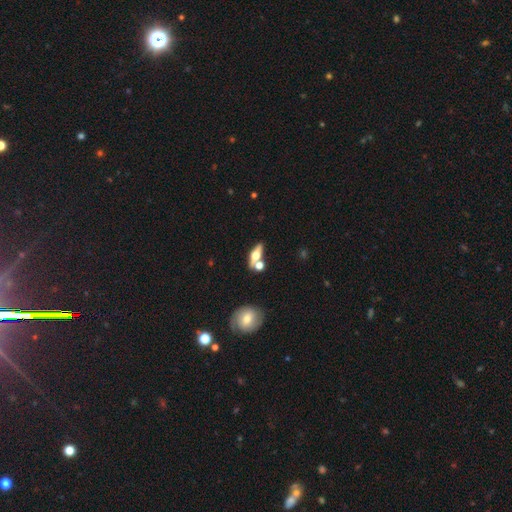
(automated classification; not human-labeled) Overall: featured or disk (51%; smooth 40%). Edge-on disk: yes (81%). Merging: none (57%; merger 27%).